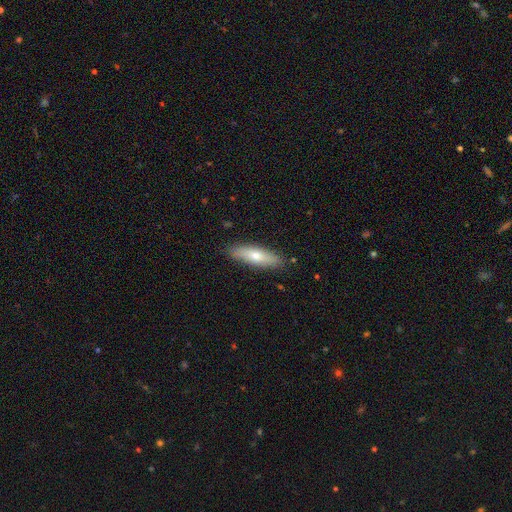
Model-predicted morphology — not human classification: smooth_or_featured: smooth (p=0.61) [alt: featured or disk p=0.33]
how_rounded: cigar-shaped (p=0.60) [alt: in between p=0.37]
merging: none (p=0.87) [alt: minor disturbance p=0.10]